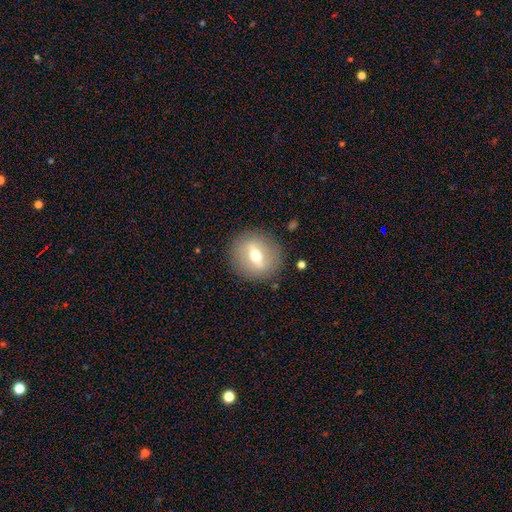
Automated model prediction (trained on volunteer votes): smooth_or_featured: featured or disk (p=0.55) [alt: smooth p=0.37]
disk_edge_on: no (p=0.70) [alt: yes p=0.30]
merging: none (p=0.86) [alt: minor disturbance p=0.09]